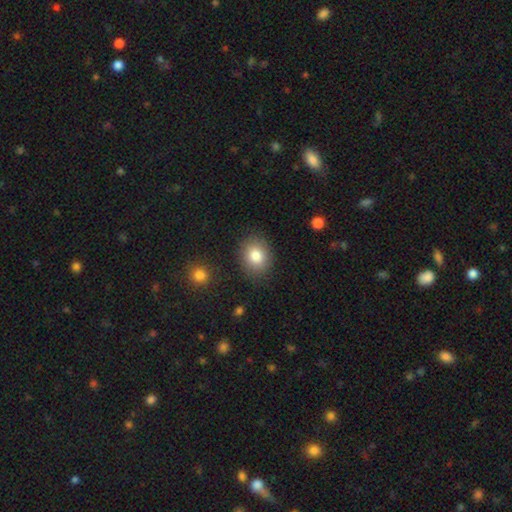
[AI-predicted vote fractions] This appears to be a smooth galaxy with no disk features (82%) that is in between round and cigar-shaped (51%). Merging: none (84%).